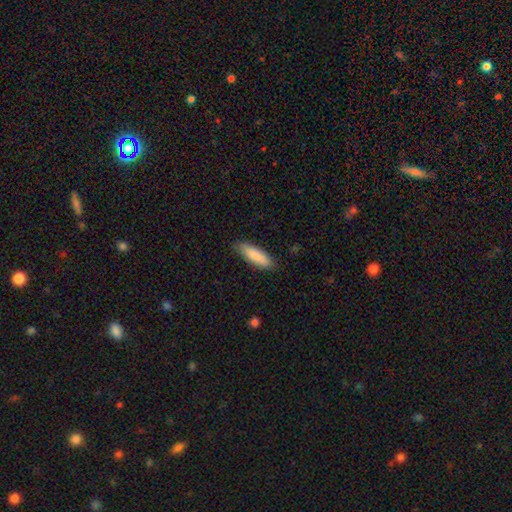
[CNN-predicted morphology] type=smooth (87%); roundness=cigar-shaped (57%); merging=none (85%).